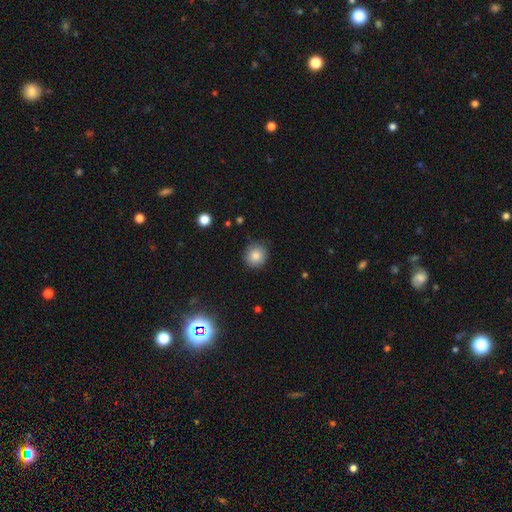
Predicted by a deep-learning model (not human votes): Morphology: type=smooth (83%); roundness=round (90%); merging=none (87%).